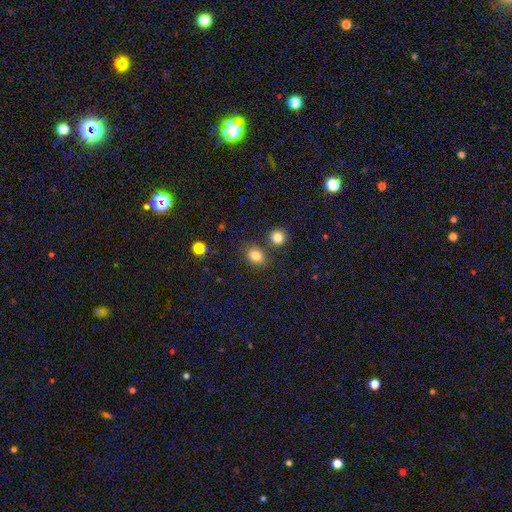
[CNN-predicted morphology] This appears to be a smooth galaxy with no disk features (82%) that is round (53%). Merging: none (76%).